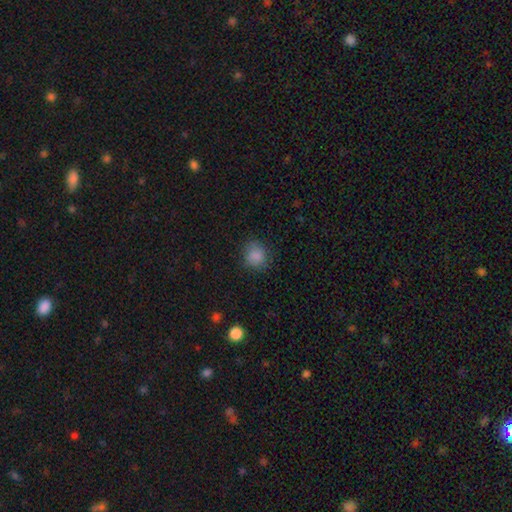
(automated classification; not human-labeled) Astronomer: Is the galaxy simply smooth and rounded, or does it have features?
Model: smooth — 85%.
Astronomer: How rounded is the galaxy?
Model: round — 83%.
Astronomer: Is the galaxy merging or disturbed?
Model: none — 81%.